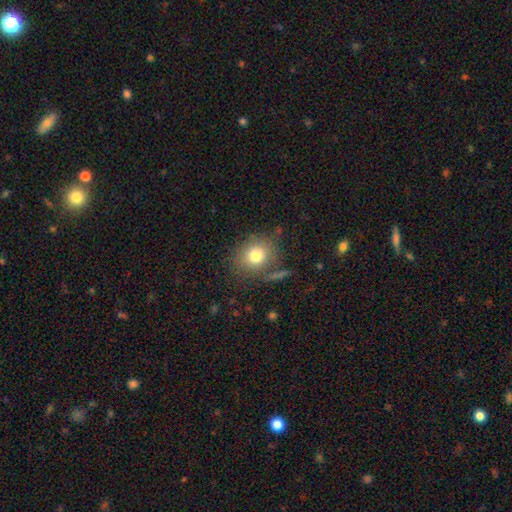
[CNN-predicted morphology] Q: Smooth or featured?
A: smooth (78%); runner-up: star or artifact (12%)
Q: How rounded?
A: round (70%); runner-up: in between (29%)
Q: Merging?
A: none (79%); runner-up: minor disturbance (12%)